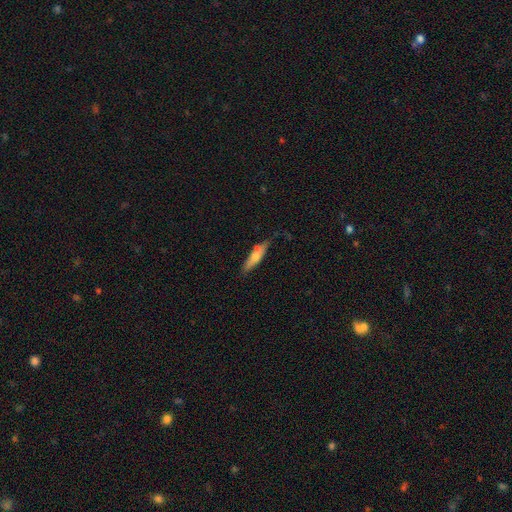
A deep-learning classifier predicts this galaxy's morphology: Smooth or featured: smooth — 59% (featured or disk — 35%)
How rounded: cigar-shaped — 72% (in between — 26%)
Merging: none — 62% (minor disturbance — 24%)